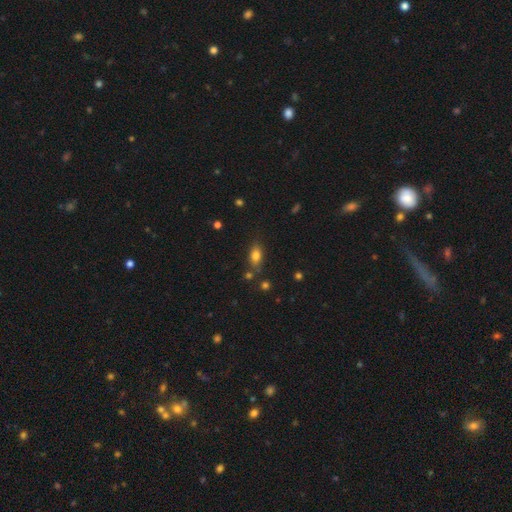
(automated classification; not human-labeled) This is likely a smooth galaxy (78%). How rounded: likely in between (80%). Merging: likely none (73%).